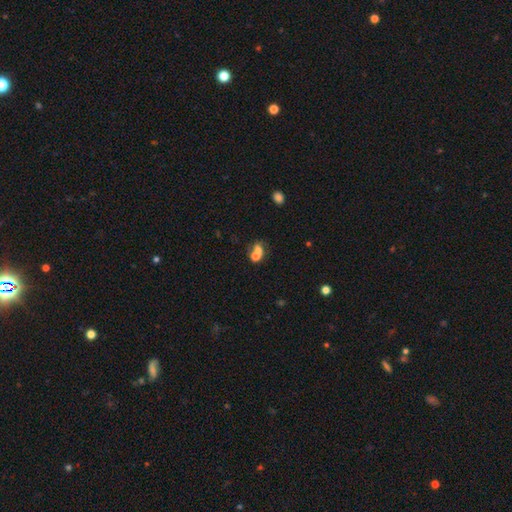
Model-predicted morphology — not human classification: This is likely a smooth galaxy (63%). How rounded: likely round (61%). Merging: possibly merger (58%).